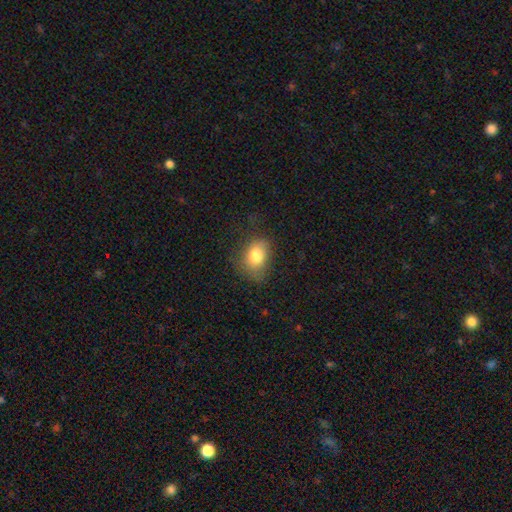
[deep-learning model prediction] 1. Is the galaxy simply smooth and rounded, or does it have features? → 78% smooth, 11% featured or disk, 11% star or artifact.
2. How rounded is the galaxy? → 62% in between, 36% round, 1% cigar-shaped.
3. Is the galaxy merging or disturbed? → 61% none, 26% minor disturbance, 12% major disturbance, 1% merger.